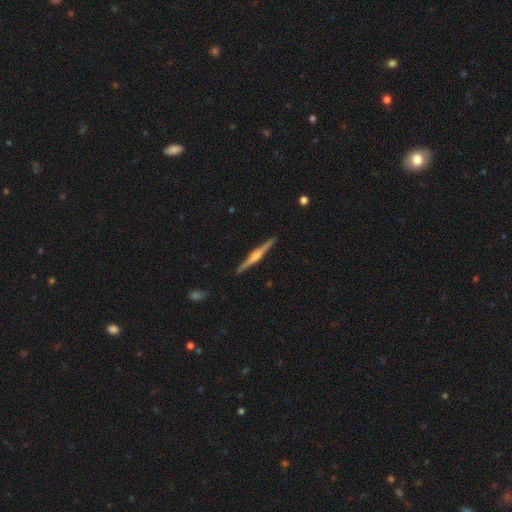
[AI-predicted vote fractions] A featured or disk galaxy (78%) viewed edge-on (99%) with a rounded central bulge (75%).

Vote fractions:
- Smooth or featured? featured or disk: 78% / smooth: 17% / star or artifact: 5%
- Edge-on disk? yes: 99% / no: 1%
- Edge-on bulge? rounded: 75% / boxy: 17% / none: 8%
- Merging? none: 93% / minor disturbance: 5% / major disturbance: 1% / merger: 1%